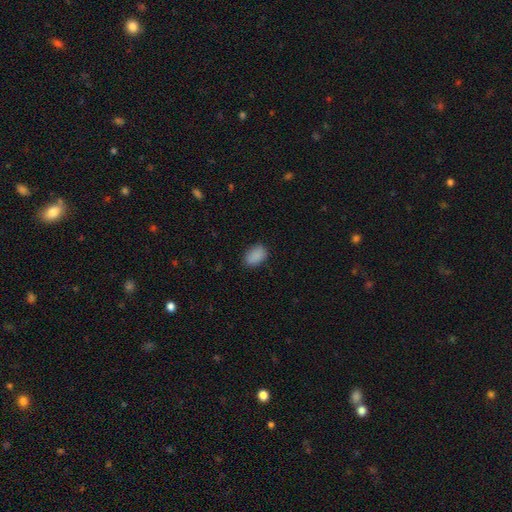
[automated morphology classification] Smooth or featured? smooth (88%)
How rounded? in between (87%)
Merging? none (81%)